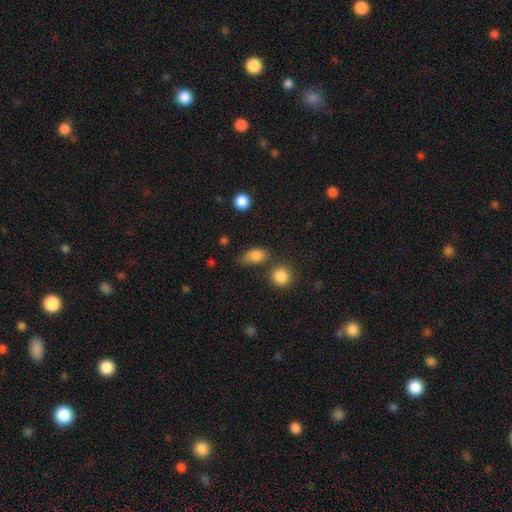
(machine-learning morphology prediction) type=smooth (84%); roundness=in between (77%); merging=none (54%).